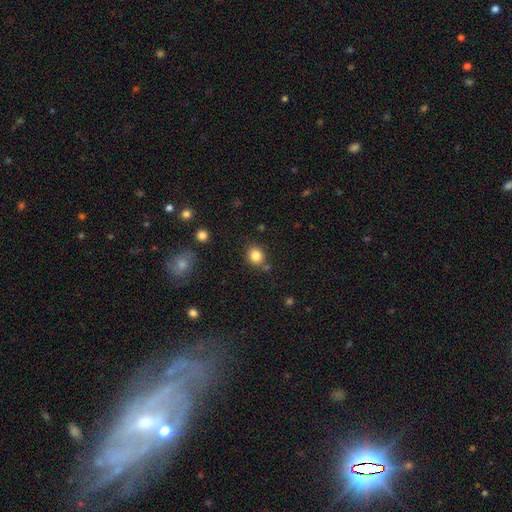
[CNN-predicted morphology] type=smooth (83%); roundness=round (76%); merging=none (78%).